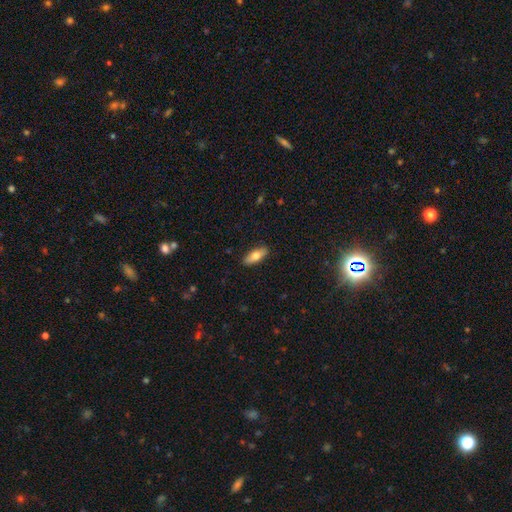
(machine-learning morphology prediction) Smooth or featured: smooth — 72% (featured or disk — 22%)
How rounded: in between — 72% (cigar-shaped — 25%)
Merging: none — 89% (minor disturbance — 8%)